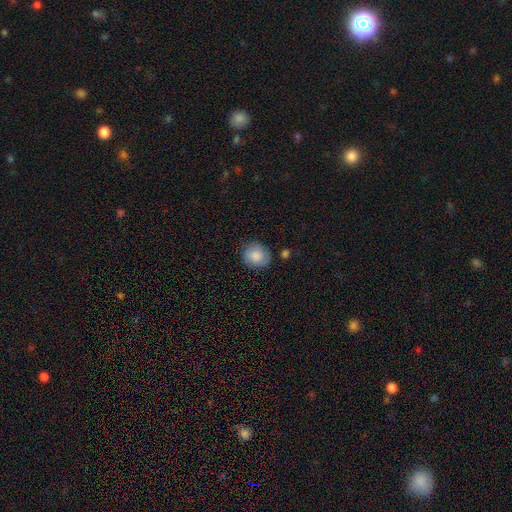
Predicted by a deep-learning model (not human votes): Smooth or featured? smooth (86%)
How rounded? round (77%)
Merging? none (82%)